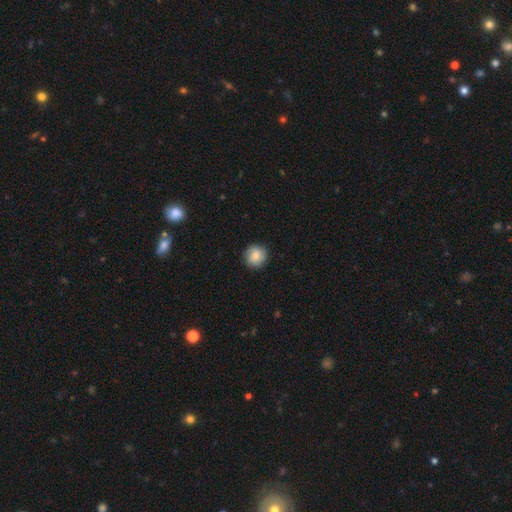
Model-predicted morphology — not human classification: This is likely a smooth galaxy (78%). How rounded: clearly round (91%). Merging: clearly none (88%).